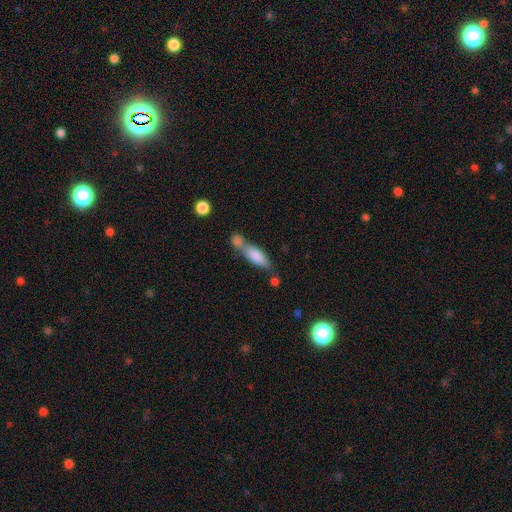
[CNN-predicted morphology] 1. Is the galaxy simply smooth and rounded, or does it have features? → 77% smooth, 16% featured or disk, 7% star or artifact.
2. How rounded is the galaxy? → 56% in between, 41% cigar-shaped, 3% round.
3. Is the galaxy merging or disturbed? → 53% merger, 28% none, 13% minor disturbance, 6% major disturbance.